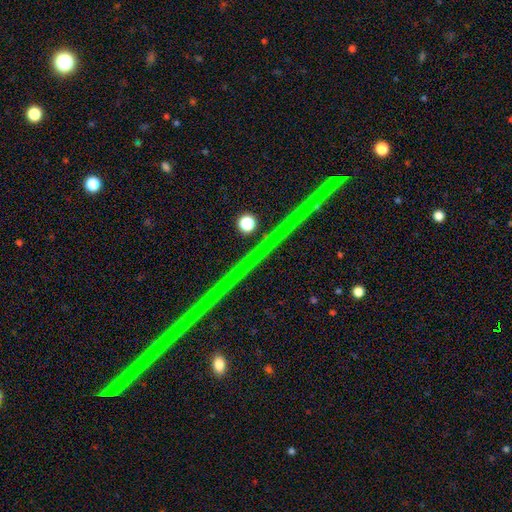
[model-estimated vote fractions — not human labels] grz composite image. It shows a star or artifact, not a galaxy (84%).